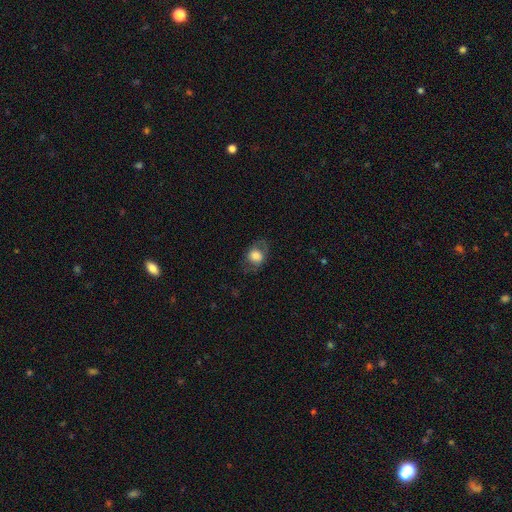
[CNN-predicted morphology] This appears to be a smooth galaxy with no disk features (67%) that is round (50%). Merging: none (69%).